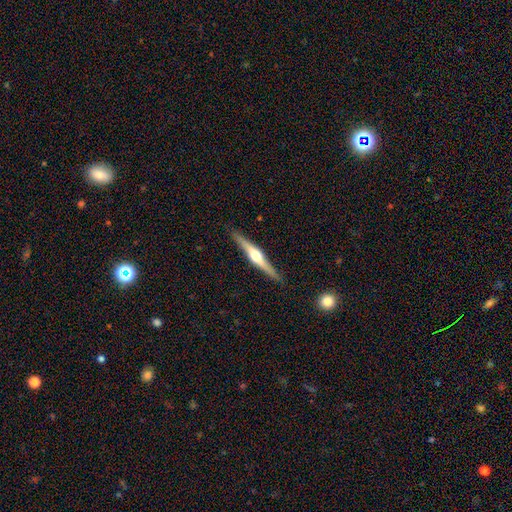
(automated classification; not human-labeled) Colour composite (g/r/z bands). It shows a featured or disk galaxy (75%) viewed edge-on (98%) with a rounded central bulge (93%). Merging: none (89%).